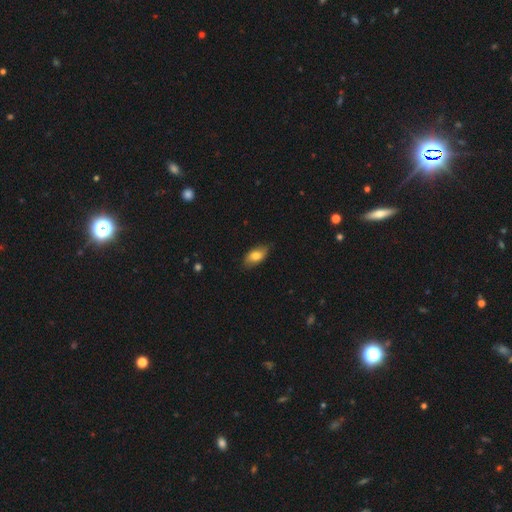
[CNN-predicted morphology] This appears to be a smooth galaxy with no disk features (79%) that is in between round and cigar-shaped (90%). Merging: none (81%).